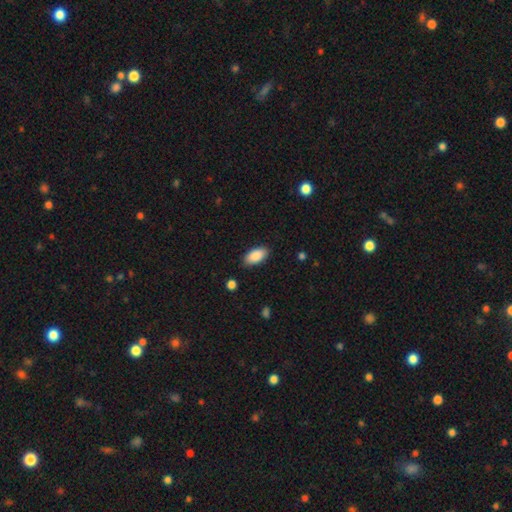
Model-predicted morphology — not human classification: smooth-or-featured: smooth: 89% | star or artifact: 6% | featured or disk: 5%
  how-rounded: in between: 94% | cigar-shaped: 4% | round: 2%
  merging: none: 87% | minor disturbance: 10% | major disturbance: 2% | merger: 1%